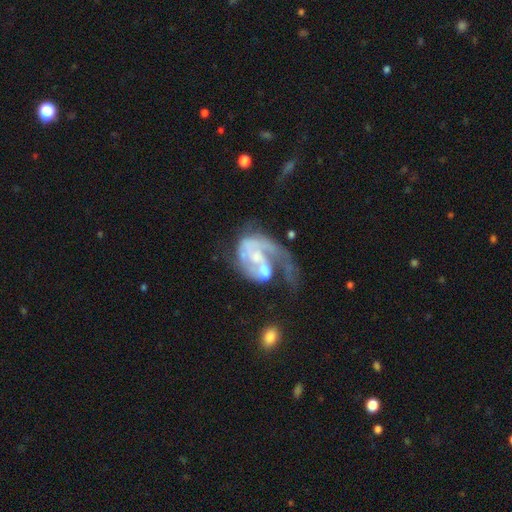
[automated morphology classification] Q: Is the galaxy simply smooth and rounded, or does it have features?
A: featured or disk — 81%.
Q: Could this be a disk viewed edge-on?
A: no — 98%.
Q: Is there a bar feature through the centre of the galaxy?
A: no — 60%.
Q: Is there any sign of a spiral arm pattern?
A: yes — 81%.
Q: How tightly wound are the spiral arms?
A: medium — 38%.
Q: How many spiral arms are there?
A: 1 — 64%.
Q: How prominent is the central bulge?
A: moderate — 37%, tied with small.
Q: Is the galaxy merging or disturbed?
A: major disturbance — 45%.